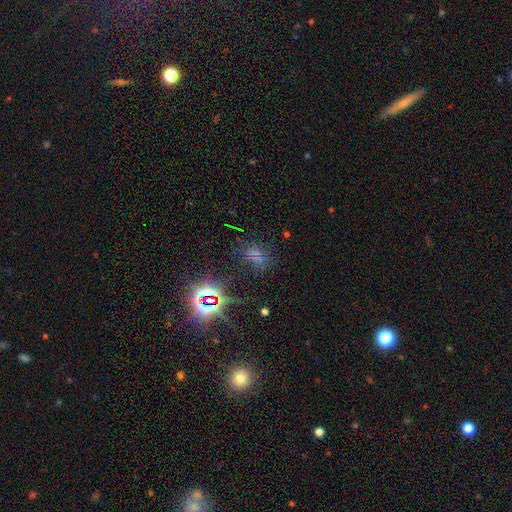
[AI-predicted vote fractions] Smooth or featured? star or artifact (50%)